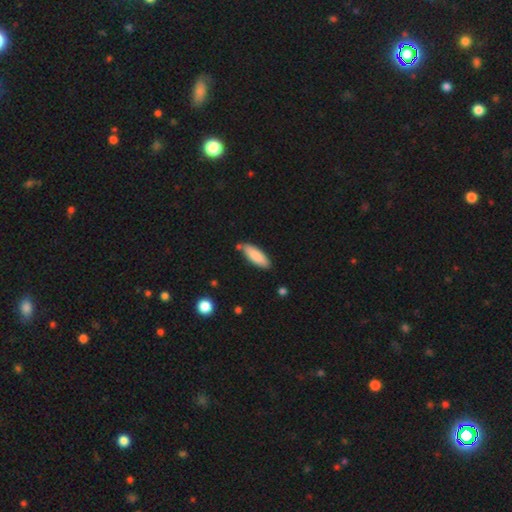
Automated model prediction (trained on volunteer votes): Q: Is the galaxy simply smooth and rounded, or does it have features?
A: smooth — 86%.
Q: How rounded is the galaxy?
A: in between — 61%.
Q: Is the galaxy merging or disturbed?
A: none — 79%.